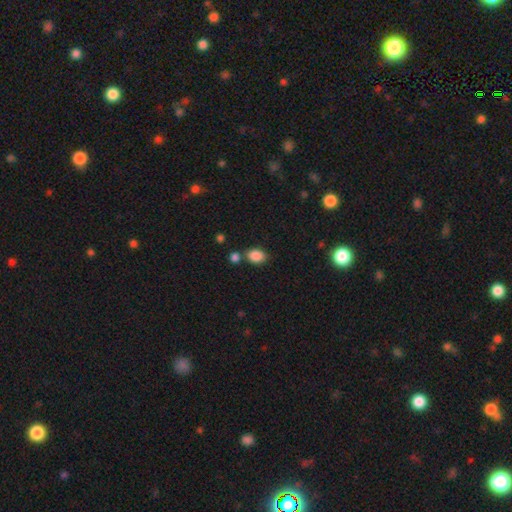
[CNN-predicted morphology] A smooth galaxy with no disk features (87%) that is in between round and cigar-shaped (77%). Merging: none (66%).